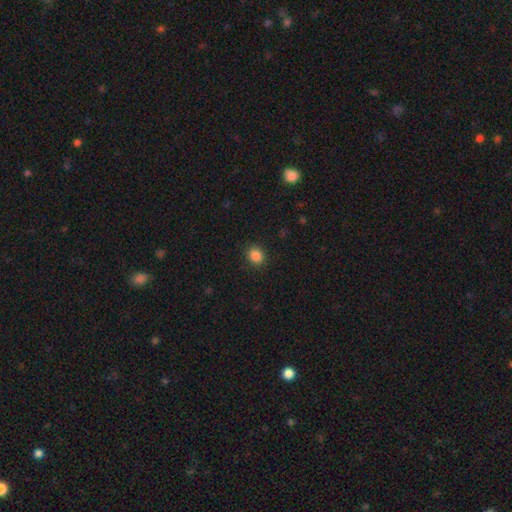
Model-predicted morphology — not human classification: Smooth or featured: smooth — 86% (star or artifact — 11%)
How rounded: round — 68% (in between — 31%)
Merging: none — 90% (minor disturbance — 7%)